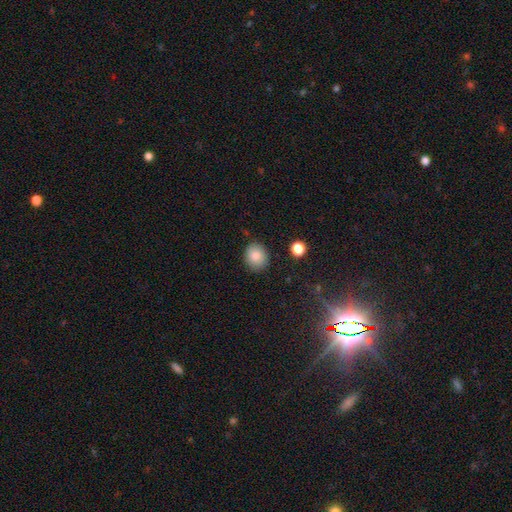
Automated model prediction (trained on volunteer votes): The model was most divided on "how rounded": round: 71%, in between: 28%, cigar-shaped: 1%. More confident: merging — none (86%); smooth or featured — smooth (85%).